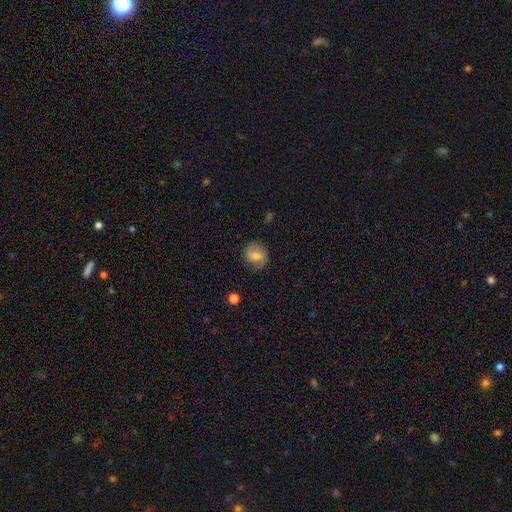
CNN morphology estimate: smooth 55%, featured or disk 36%, star or artifact 9%. Down the decision tree: how rounded — round (68%); merging — none (72%).